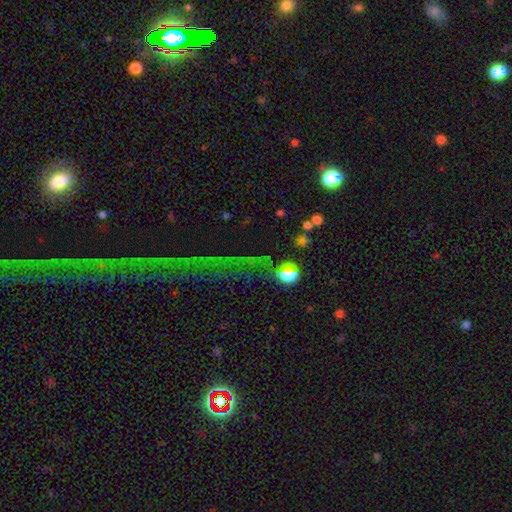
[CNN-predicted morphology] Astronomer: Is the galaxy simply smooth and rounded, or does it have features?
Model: star or artifact — 47% (runner-up: smooth, 42%).